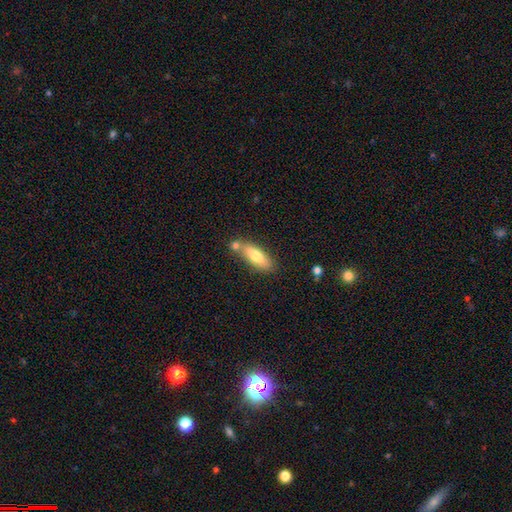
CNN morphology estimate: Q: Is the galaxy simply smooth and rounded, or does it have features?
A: smooth — 72%.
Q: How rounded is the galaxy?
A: in between — 56%.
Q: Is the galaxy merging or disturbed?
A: none — 62%.